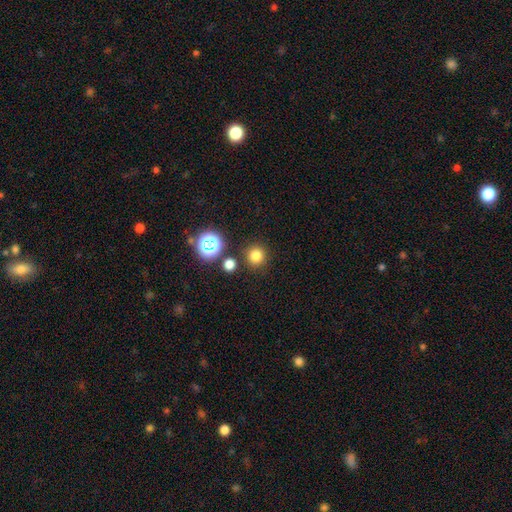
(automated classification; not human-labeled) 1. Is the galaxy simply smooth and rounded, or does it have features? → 77% smooth, 18% star or artifact, 5% featured or disk.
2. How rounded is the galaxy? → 93% round, 6% in between, 1% cigar-shaped.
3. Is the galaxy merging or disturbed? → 85% none, 7% minor disturbance, 5% merger, 3% major disturbance.